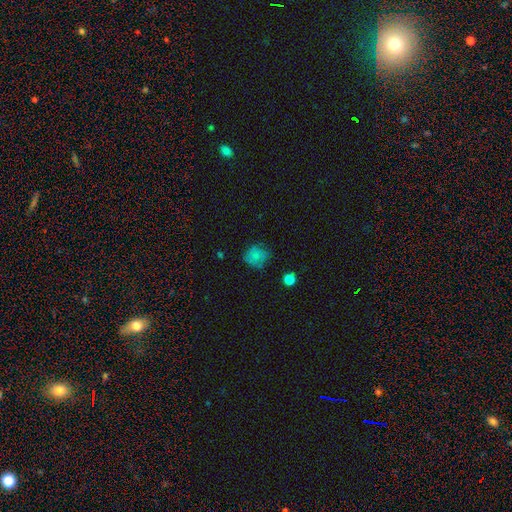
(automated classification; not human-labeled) Morphology: type=smooth (75%); roundness=round (79%); merging=none (65%).